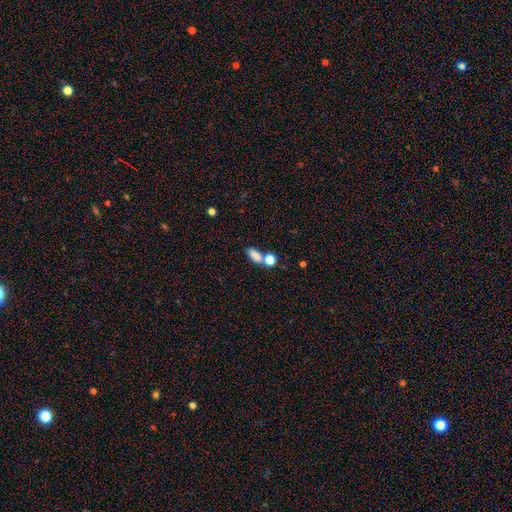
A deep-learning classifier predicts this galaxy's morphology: A smooth galaxy with no disk features (81%) that is in between round and cigar-shaped (77%). Merging: none (49%).